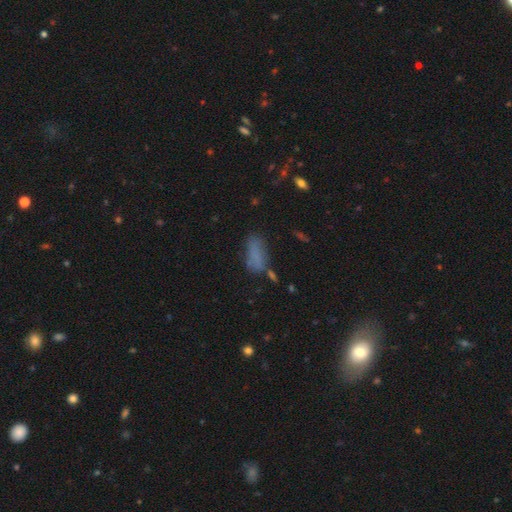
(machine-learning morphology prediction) This is likely a smooth galaxy (73%). How rounded: likely in between (70%). Merging: possibly none (54%).